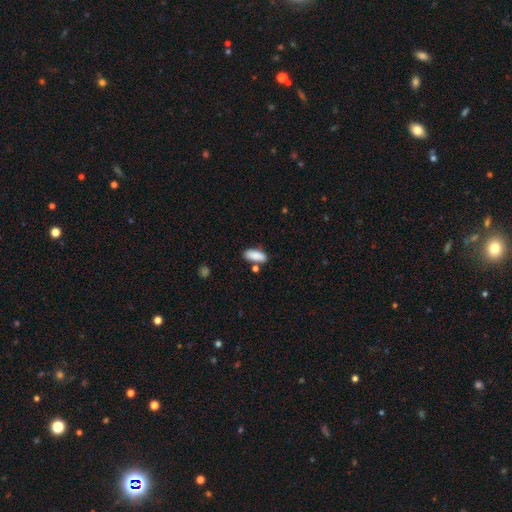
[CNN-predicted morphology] Q: Smooth or featured?
A: smooth (88%); runner-up: star or artifact (7%)
Q: How rounded?
A: in between (84%); runner-up: cigar-shaped (14%)
Q: Merging?
A: none (73%); runner-up: minor disturbance (14%)